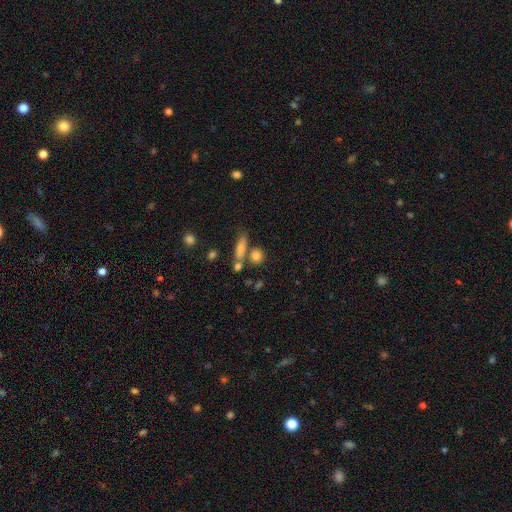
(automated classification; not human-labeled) smooth_or_featured: smooth (p=0.77) [alt: featured or disk p=0.12]
how_rounded: round (p=0.64) [alt: in between p=0.25]
merging: none (p=0.62) [alt: merger p=0.22]